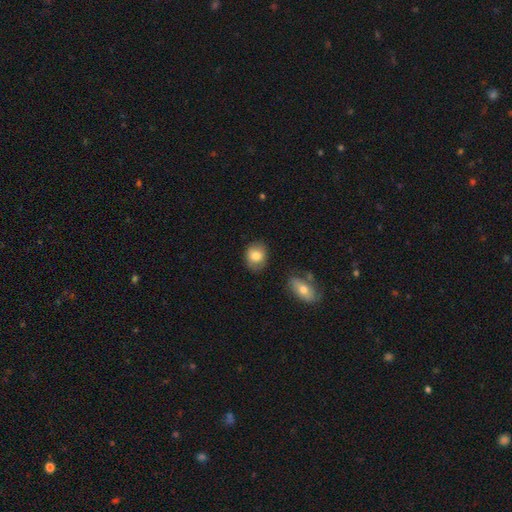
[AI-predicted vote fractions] This appears to be a smooth galaxy with no disk features (81%) that is in between round and cigar-shaped (50%). Merging: none (79%).